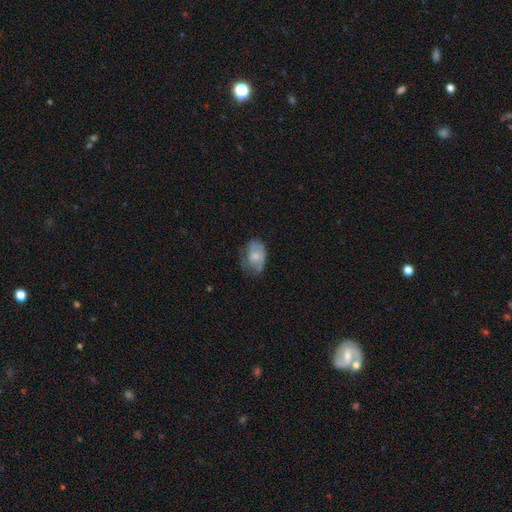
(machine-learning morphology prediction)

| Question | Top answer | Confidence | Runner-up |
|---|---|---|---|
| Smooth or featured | smooth | 54% | featured or disk (39%) |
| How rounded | in between | 81% | round (17%) |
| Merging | none | 47% | minor disturbance (32%) |